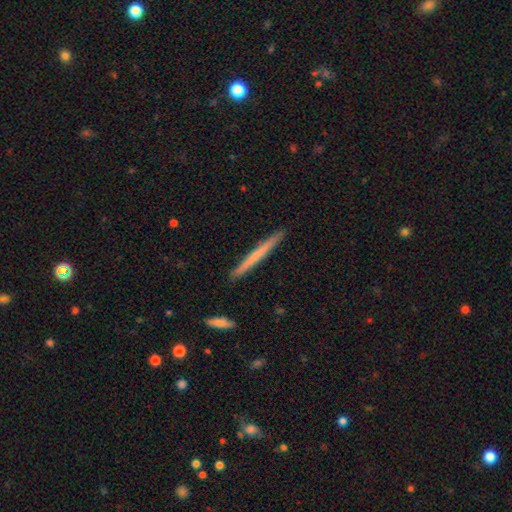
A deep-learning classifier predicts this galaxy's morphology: A smooth galaxy with no disk features (52%) that is cigar-shaped (97%). Merging: none (92%).